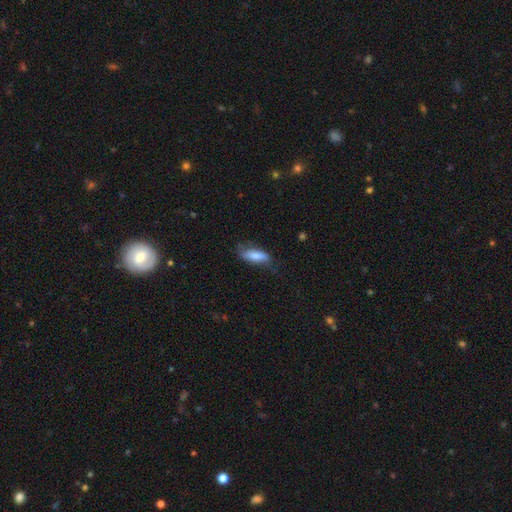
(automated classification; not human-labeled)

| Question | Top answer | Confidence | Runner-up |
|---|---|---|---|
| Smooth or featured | smooth | 76% | featured or disk (17%) |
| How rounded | in between | 60% | cigar-shaped (38%) |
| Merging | none | 61% | minor disturbance (27%) |